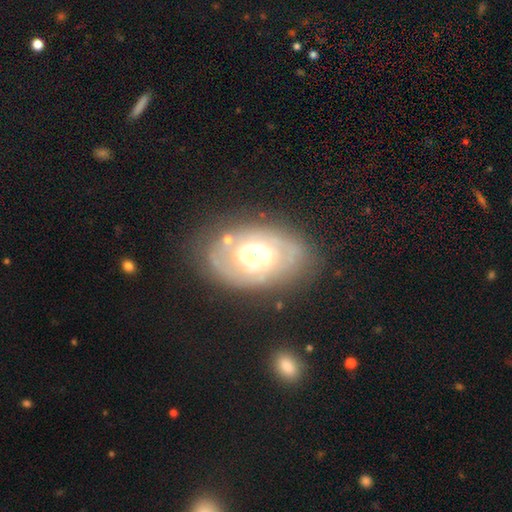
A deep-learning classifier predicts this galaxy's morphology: This appears to be a featured or disk galaxy (77%) with no bar (70%), 2 (38%) tight (65%) spiral arms (77%) and a moderate central bulge (51%). Merging: none (71%).